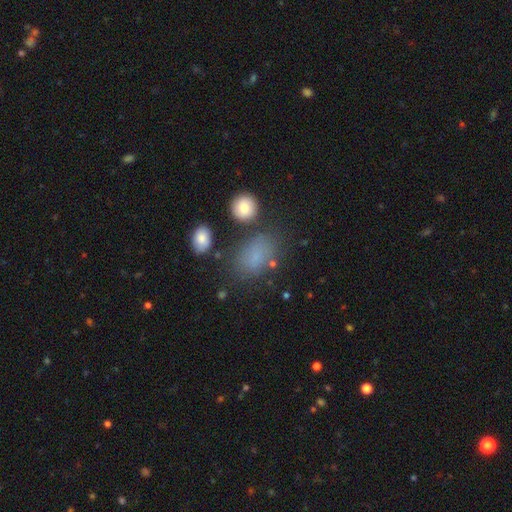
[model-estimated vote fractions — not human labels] Q: Smooth or featured?
A: smooth (71%); runner-up: star or artifact (16%)
Q: How rounded?
A: in between (79%); runner-up: round (19%)
Q: Merging?
A: none (61%); runner-up: minor disturbance (21%)